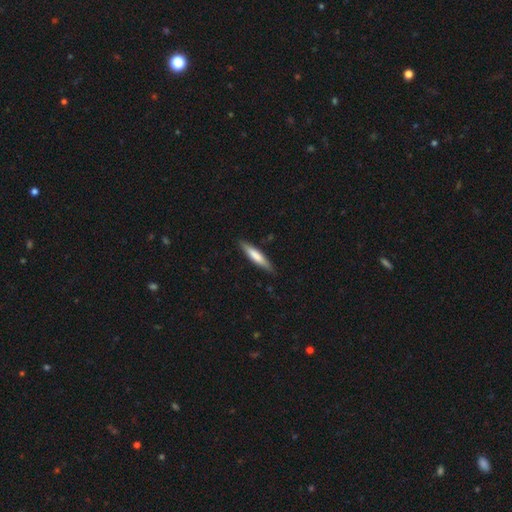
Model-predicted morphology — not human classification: Overall: smooth (68%). How rounded: cigar-shaped (87%). Merging: none (86%).